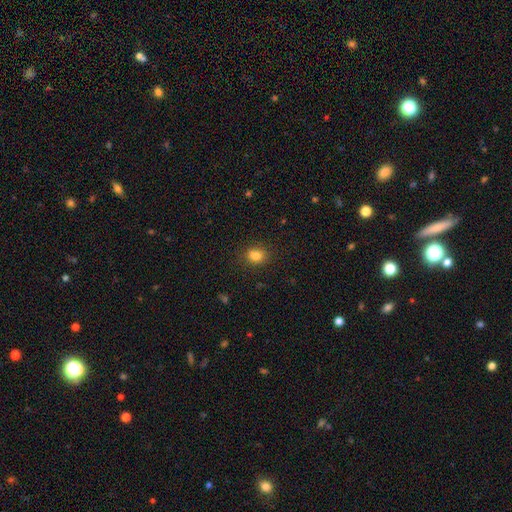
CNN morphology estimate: Smooth or featured: smooth — 81% (star or artifact — 12%)
How rounded: round — 51% (in between — 48%)
Merging: none — 79% (minor disturbance — 14%)